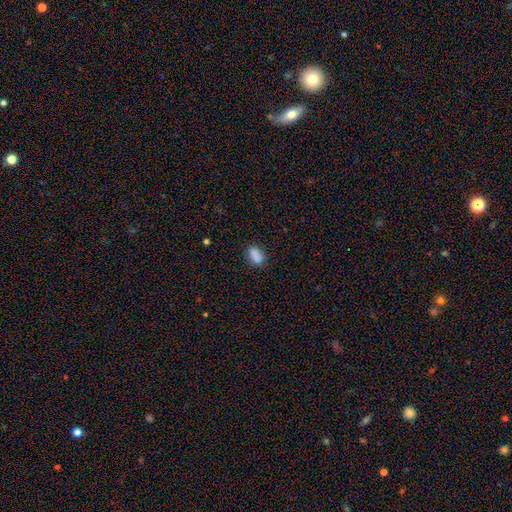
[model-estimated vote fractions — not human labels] Smooth or featured: smooth — 86% (star or artifact — 10%)
How rounded: in between — 85% (round — 11%)
Merging: none — 78% (minor disturbance — 16%)